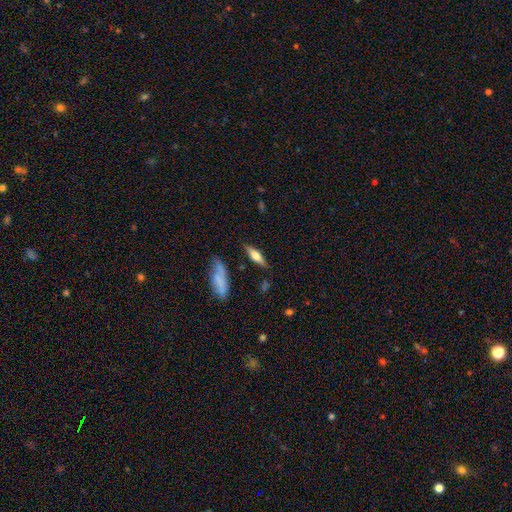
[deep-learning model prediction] smooth-or-featured: smooth: 49% | featured or disk: 44% | star or artifact: 7%
  merging: none: 82% | minor disturbance: 13% | major disturbance: 3% | merger: 3%